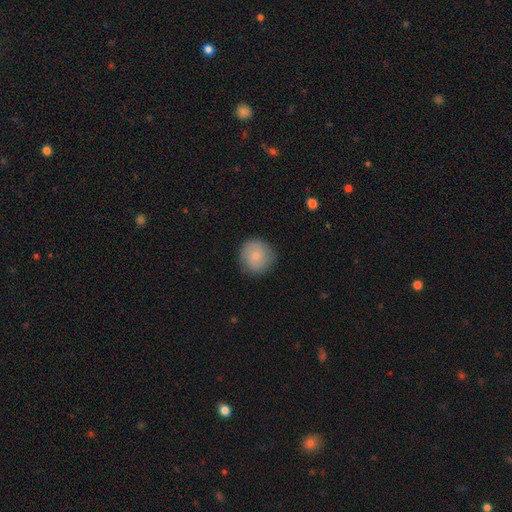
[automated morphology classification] The model was most divided on "smooth or featured": smooth: 74%, featured or disk: 20%, star or artifact: 7%. More confident: how rounded — round (93%); merging — none (84%).